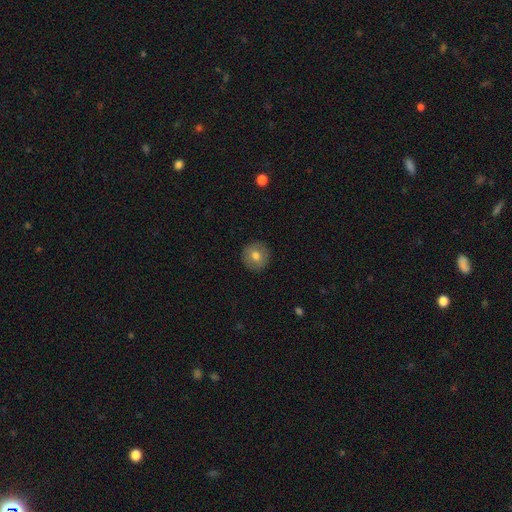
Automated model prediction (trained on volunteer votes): Smooth or featured: smooth — 73% (featured or disk — 18%)
How rounded: round — 95% (in between — 4%)
Merging: none — 91% (minor disturbance — 6%)